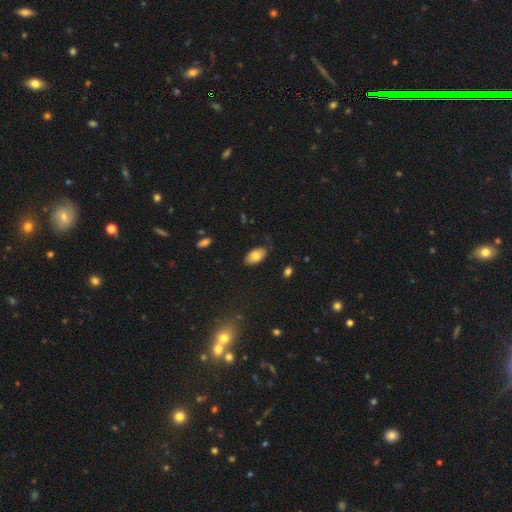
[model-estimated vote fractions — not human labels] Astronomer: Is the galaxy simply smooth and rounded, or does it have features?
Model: smooth — 76%.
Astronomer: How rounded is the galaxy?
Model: in between — 94%.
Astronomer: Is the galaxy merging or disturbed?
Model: none — 75%.